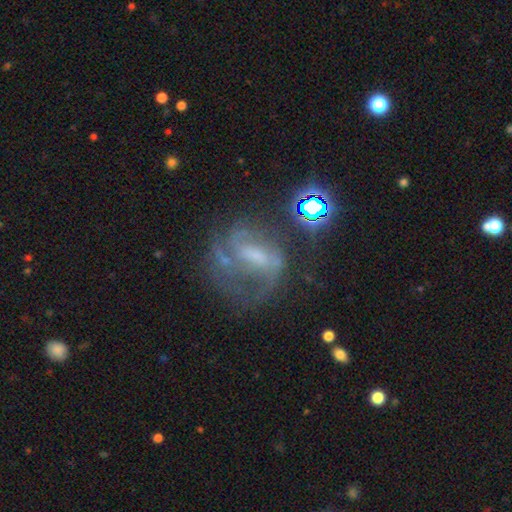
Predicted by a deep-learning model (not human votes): Smooth or featured: featured or disk — 70% (star or artifact — 17%)
Edge-on disk: no — 96% (yes — 4%)
Bar: weak — 45% (strong — 29%)
Spiral arms: yes — 78% (no — 22%)
Spiral winding: medium — 46% (loose — 27%)
Spiral arm count: 2 — 42% (can't tell — 31%)
Bulge size: small — 33% (none — 32%)
Merging: none — 47% (major disturbance — 28%)